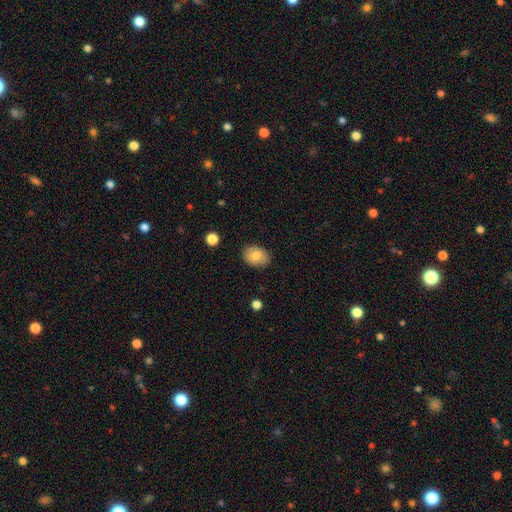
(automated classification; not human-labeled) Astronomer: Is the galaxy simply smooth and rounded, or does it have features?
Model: smooth — 81%.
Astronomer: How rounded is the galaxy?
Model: in between — 69%.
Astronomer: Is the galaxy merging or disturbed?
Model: none — 84%.